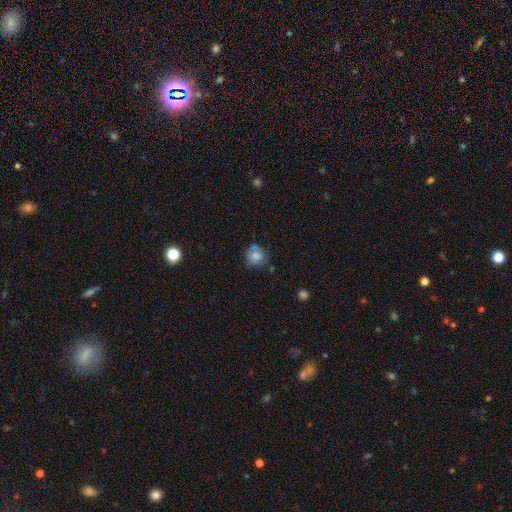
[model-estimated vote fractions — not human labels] smooth 72%, featured or disk 19%, star or artifact 9%. Down the decision tree: how rounded — round (85%); merging — none (61%).